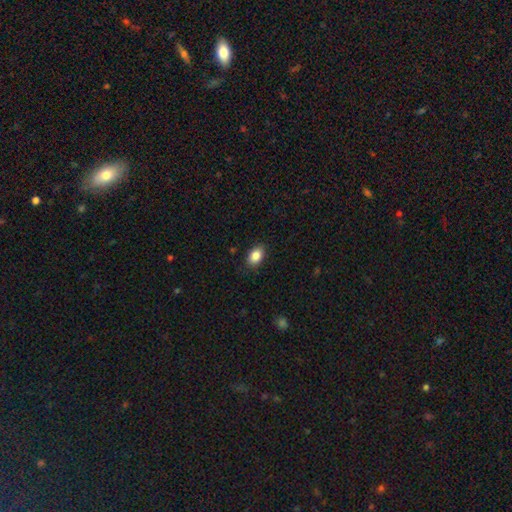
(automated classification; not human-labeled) Morphology: type=smooth (87%); roundness=in between (85%); merging=none (87%).